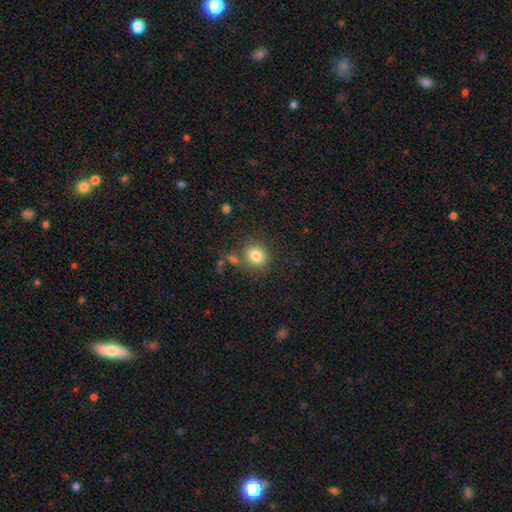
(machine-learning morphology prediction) Smooth or featured?
  - smooth: 82% *
  - star or artifact: 11%
  - featured or disk: 8%
How rounded?
  - round: 80% *
  - in between: 19%
  - cigar-shaped: 1%
Merging?
  - none: 75% *
  - minor disturbance: 11%
  - merger: 9%
  - major disturbance: 4%